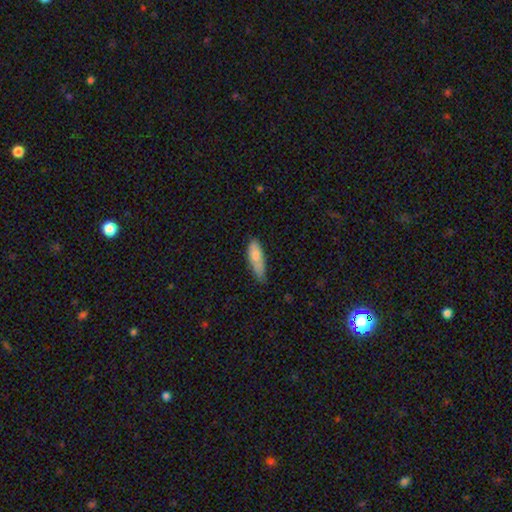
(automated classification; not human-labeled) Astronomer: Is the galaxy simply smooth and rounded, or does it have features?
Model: smooth — 81%.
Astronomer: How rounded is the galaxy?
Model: in between — 59% (runner-up: cigar-shaped, 39%).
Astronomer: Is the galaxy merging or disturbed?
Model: none — 47% (runner-up: minor disturbance, 41%).